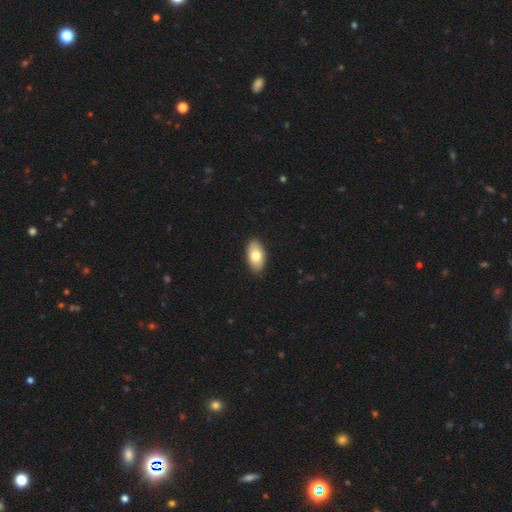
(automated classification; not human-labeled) Smooth or featured: smooth — 78% (featured or disk — 16%)
How rounded: in between — 94% (round — 3%)
Merging: none — 90% (minor disturbance — 8%)